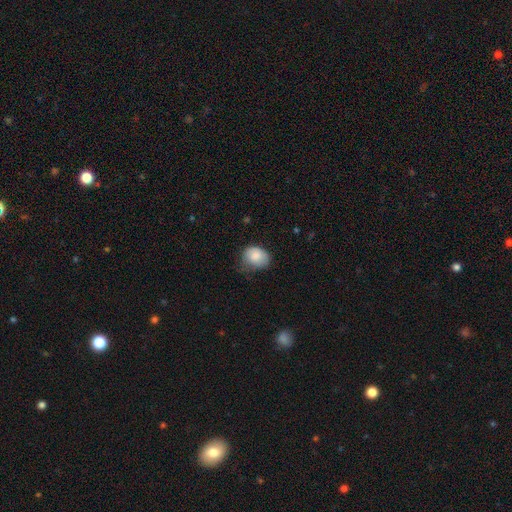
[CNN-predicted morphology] A smooth galaxy with no disk features (84%) that is round (51%).

Vote fractions:
- Smooth or featured? smooth: 84% / featured or disk: 9% / star or artifact: 8%
- How rounded? round: 51% / in between: 49% / cigar-shaped: 1%
- Merging? none: 44% / minor disturbance: 40% / major disturbance: 14% / merger: 2%